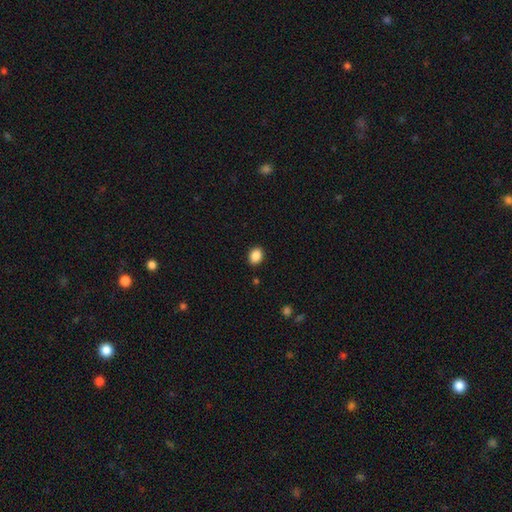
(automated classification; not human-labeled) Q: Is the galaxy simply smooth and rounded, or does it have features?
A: smooth — 88%.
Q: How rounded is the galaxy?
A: in between — 61%.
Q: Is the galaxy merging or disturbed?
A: none — 90%.